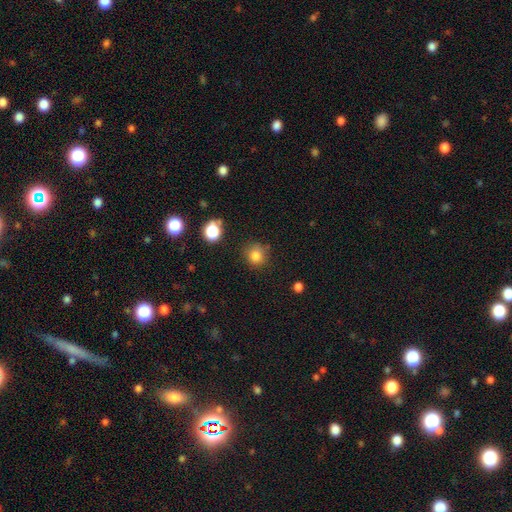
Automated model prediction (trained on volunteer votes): This is clearly a smooth galaxy (81%). How rounded: clearly round (89%). Merging: clearly none (81%).